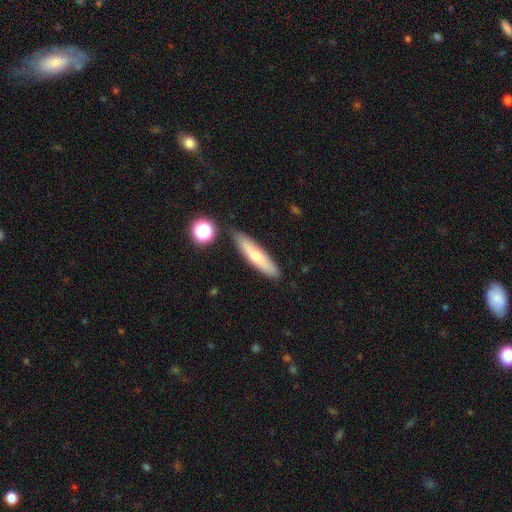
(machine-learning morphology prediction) This appears to be a smooth galaxy with no disk features (58%) that is cigar-shaped (79%). Merging: none (84%).